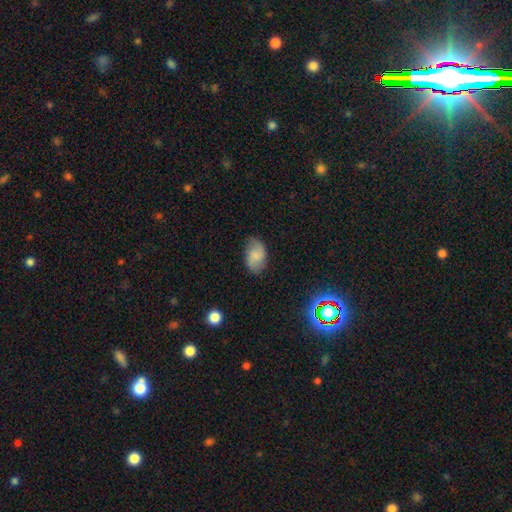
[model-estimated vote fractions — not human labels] A smooth galaxy with no disk features (58%) that is in between round and cigar-shaped (89%).

Vote fractions:
- Smooth or featured? smooth: 58% / featured or disk: 33% / star or artifact: 9%
- How rounded? in between: 89% / round: 10% / cigar-shaped: 1%
- Merging? none: 69% / minor disturbance: 23% / major disturbance: 6% / merger: 1%